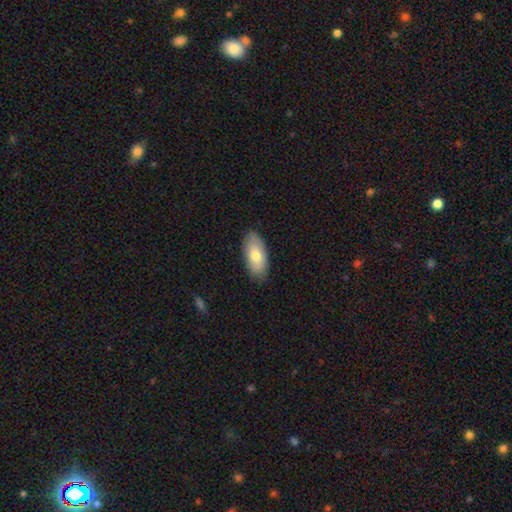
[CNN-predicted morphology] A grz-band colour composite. It shows a smooth galaxy with no disk features (74%) that is in between round and cigar-shaped (91%). Merging: none (86%).